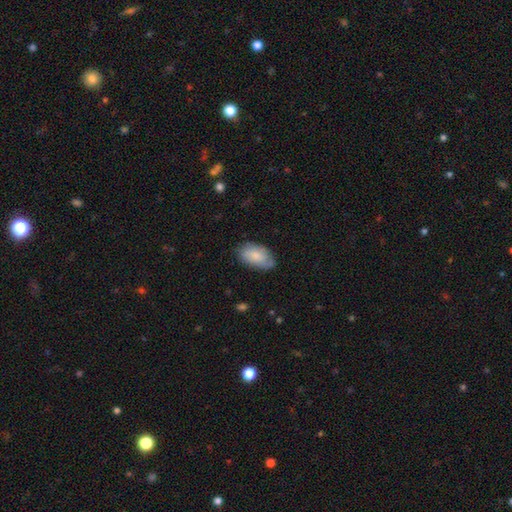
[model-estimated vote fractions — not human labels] Morphology: type=smooth (77%); roundness=in between (94%); merging=none (70%).